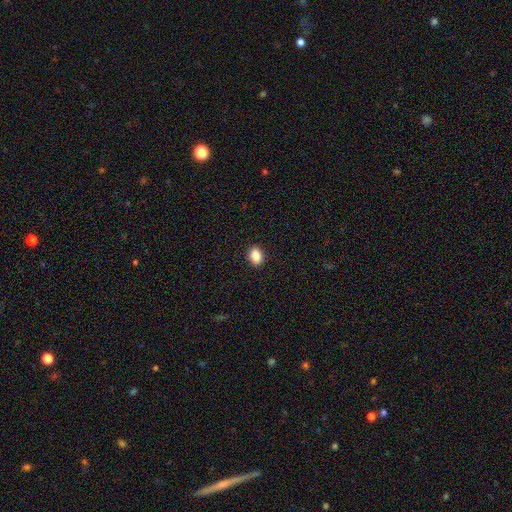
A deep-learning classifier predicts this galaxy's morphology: Q: Smooth or featured?
A: smooth (87%); runner-up: star or artifact (9%)
Q: How rounded?
A: in between (70%); runner-up: round (29%)
Q: Merging?
A: none (91%); runner-up: minor disturbance (6%)